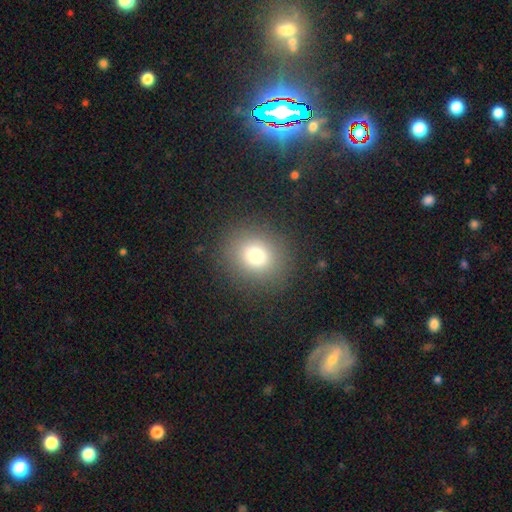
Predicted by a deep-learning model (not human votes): smooth_or_featured: smooth (p=0.76) [alt: star or artifact p=0.14]
how_rounded: round (p=0.81) [alt: in between p=0.18]
merging: none (p=0.88) [alt: minor disturbance p=0.07]